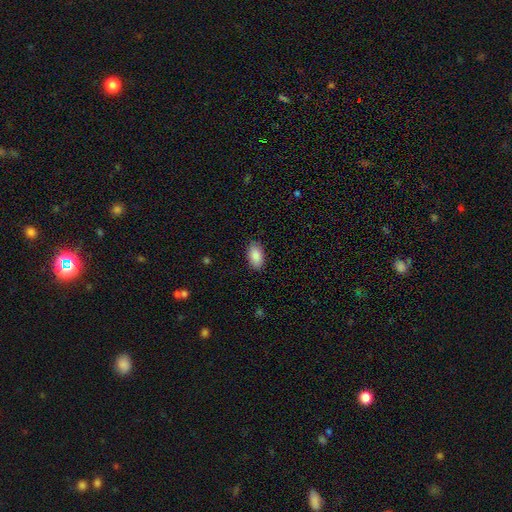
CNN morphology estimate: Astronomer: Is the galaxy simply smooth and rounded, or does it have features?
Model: smooth — 88%.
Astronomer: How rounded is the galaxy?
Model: in between — 94%.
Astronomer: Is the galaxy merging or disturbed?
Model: none — 88%.